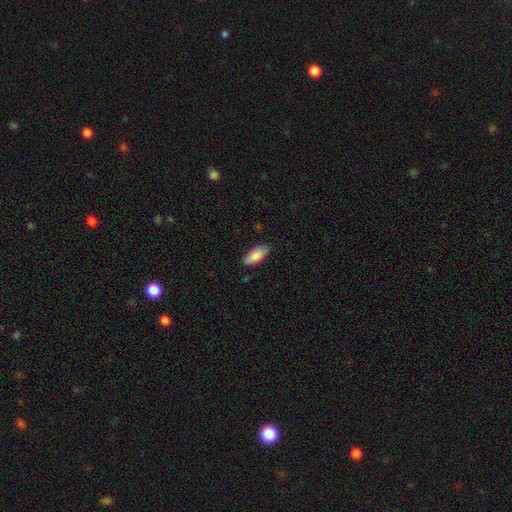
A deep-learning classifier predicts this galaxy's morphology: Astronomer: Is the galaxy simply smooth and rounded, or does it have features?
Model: smooth — 86%.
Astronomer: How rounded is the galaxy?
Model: in between — 86%.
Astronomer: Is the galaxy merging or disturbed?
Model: none — 84%.